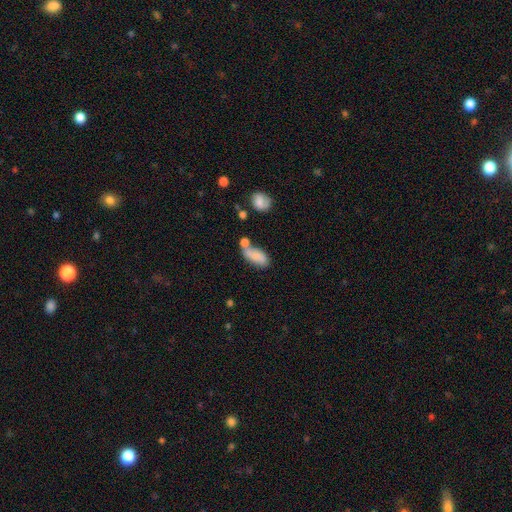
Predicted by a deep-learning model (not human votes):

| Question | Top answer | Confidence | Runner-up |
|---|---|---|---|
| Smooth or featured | smooth | 77% | featured or disk (14%) |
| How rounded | in between | 84% | cigar-shaped (12%) |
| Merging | none | 37% | merger (32%) |